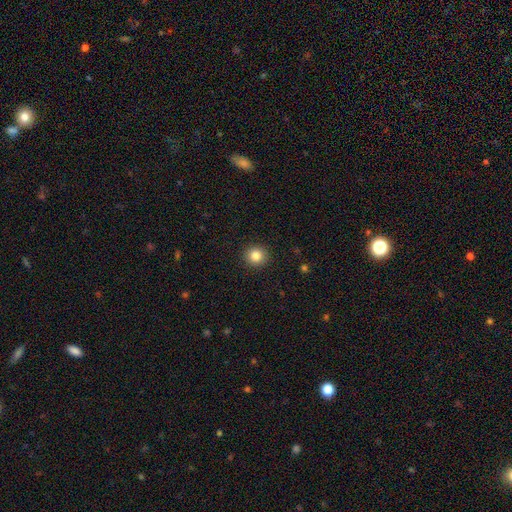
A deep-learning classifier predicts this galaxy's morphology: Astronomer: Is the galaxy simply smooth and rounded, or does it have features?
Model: smooth — 84%.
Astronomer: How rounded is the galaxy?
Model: round — 92%.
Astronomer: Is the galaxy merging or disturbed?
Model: none — 92%.